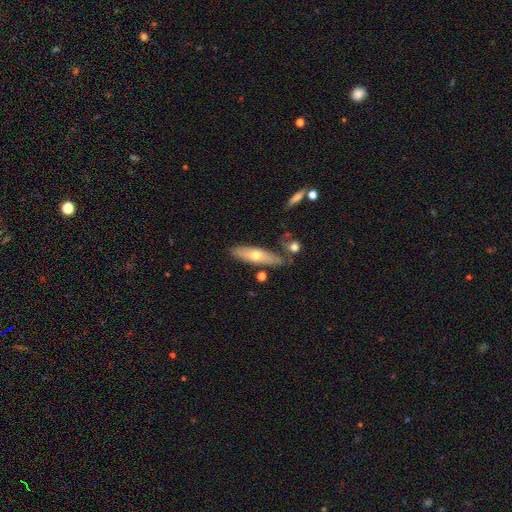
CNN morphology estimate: This is possibly a smooth galaxy (52%). How rounded: likely cigar-shaped (65%). Merging: likely none (75%).